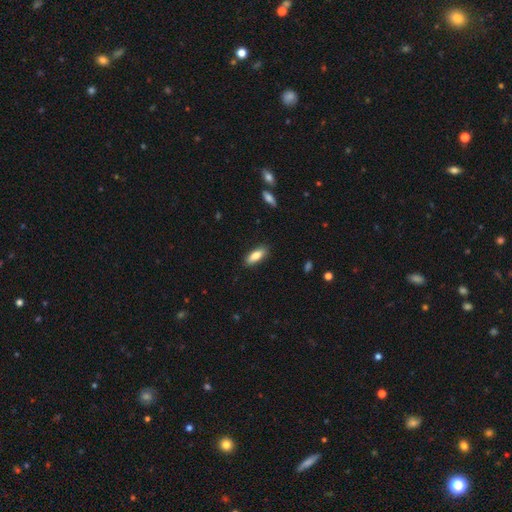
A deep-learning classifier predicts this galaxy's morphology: The model was most divided on "how rounded": in between: 73%, cigar-shaped: 25%, round: 2%. More confident: merging — none (88%); smooth or featured — smooth (80%).